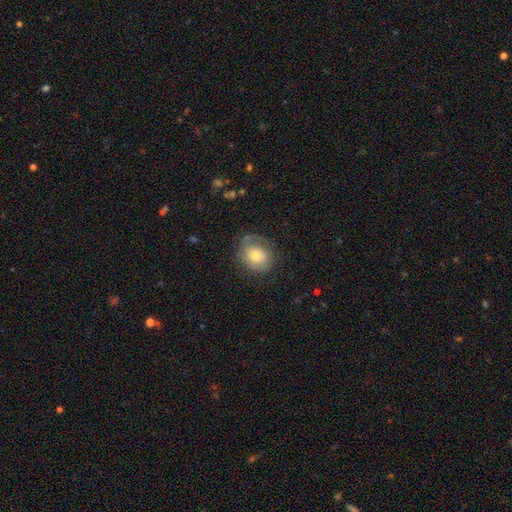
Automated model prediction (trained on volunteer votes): Overall: smooth (58%; featured or disk 33%). How rounded: round (64%; in between 35%). Merging: none (65%).